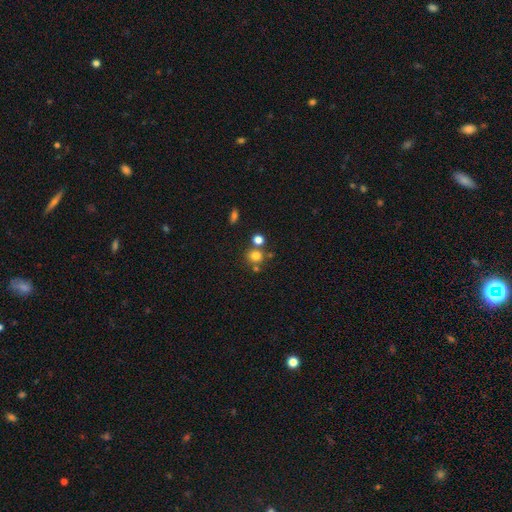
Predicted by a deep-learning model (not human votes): smooth_or_featured: smooth (p=0.76) [alt: star or artifact p=0.15]
how_rounded: round (p=0.85) [alt: in between p=0.14]
merging: none (p=0.64) [alt: merger p=0.22]